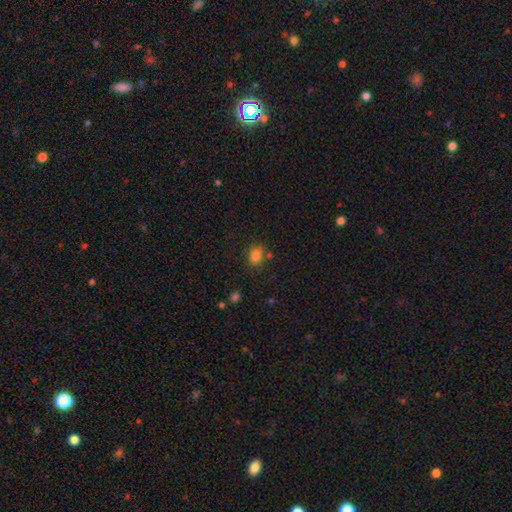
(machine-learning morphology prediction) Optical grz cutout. It shows a smooth galaxy with no disk features (82%) that is round (50%). Merging: none (70%).